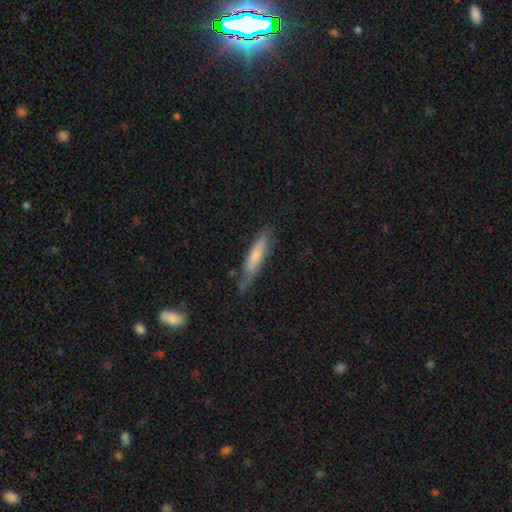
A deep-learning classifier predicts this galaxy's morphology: Q: Smooth or featured?
A: smooth (65%); runner-up: featured or disk (29%)
Q: How rounded?
A: cigar-shaped (83%); runner-up: in between (15%)
Q: Merging?
A: none (66%); runner-up: minor disturbance (26%)